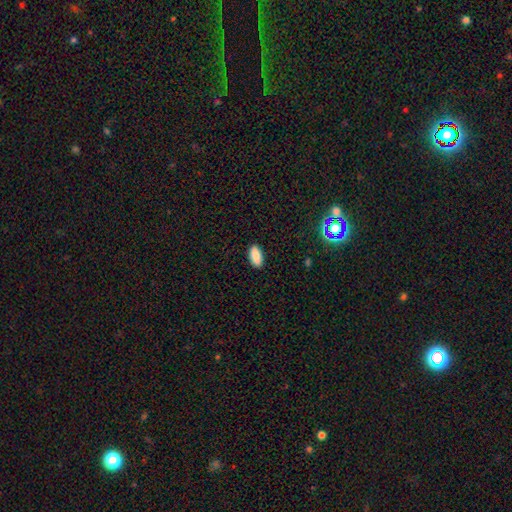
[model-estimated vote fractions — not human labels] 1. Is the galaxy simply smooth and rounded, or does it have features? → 87% smooth, 8% star or artifact, 6% featured or disk.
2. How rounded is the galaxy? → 88% in between, 9% cigar-shaped, 2% round.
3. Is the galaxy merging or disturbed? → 89% none, 8% minor disturbance, 2% major disturbance, 1% merger.